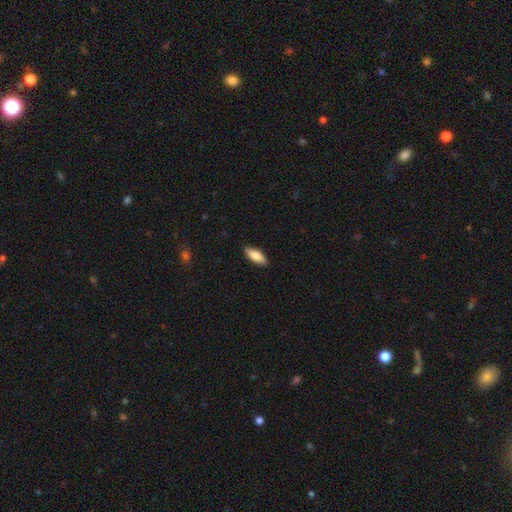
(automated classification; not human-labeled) The model was most divided on "how rounded": in between: 71%, cigar-shaped: 27%, round: 2%. More confident: merging — none (87%); smooth or featured — smooth (82%).